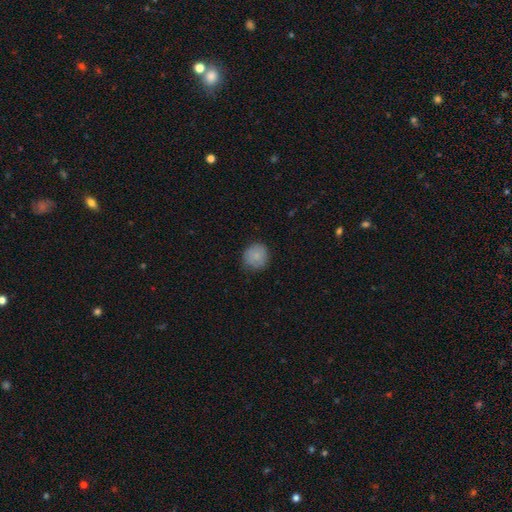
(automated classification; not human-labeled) A smooth galaxy with no disk features (84%) that is round (88%). Merging: none (78%).